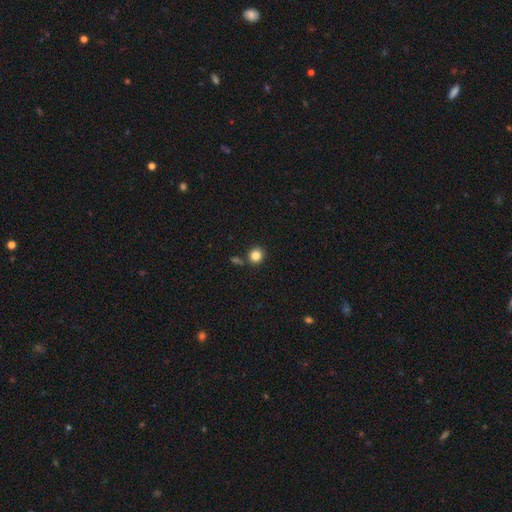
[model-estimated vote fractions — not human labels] smooth 84%, star or artifact 11%, featured or disk 5%. Down the decision tree: how rounded — round (89%); merging — none (81%).